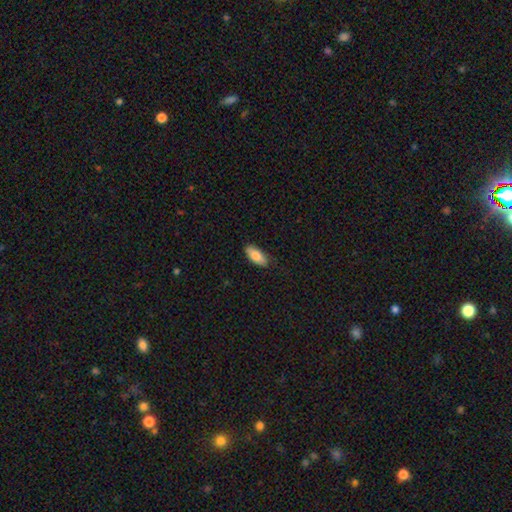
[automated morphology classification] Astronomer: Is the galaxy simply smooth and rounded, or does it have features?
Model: smooth — 82%.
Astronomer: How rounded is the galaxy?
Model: in between — 87%.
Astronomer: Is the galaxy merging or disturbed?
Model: none — 84%.